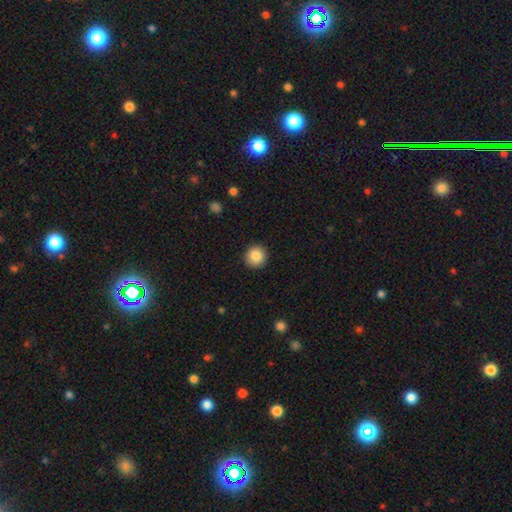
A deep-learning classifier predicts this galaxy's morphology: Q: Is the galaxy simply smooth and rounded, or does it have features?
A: smooth — 86%.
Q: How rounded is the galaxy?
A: round — 94%.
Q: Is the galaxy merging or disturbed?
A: none — 91%.